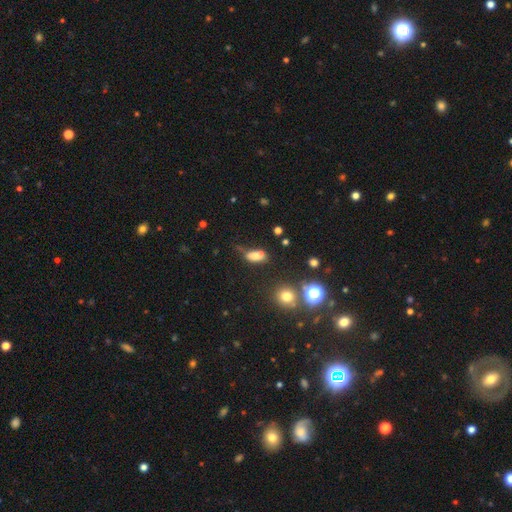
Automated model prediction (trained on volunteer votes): Smooth or featured? Predicted: smooth (p=0.72). How rounded? Predicted: in between (p=0.81). Merging? Predicted: none (p=0.45).